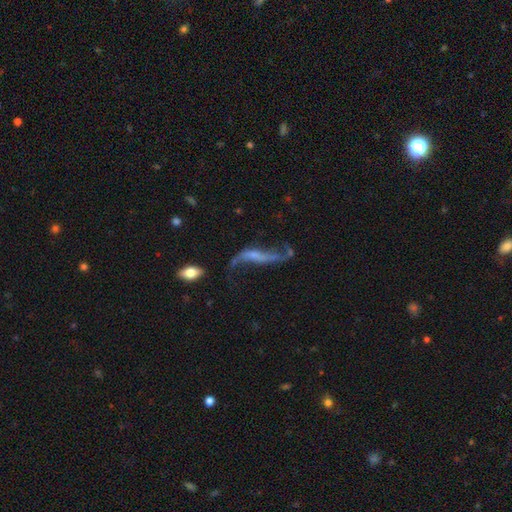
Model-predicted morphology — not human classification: Overall: featured or disk (78%). Edge-on disk: no (79%). Bar: no (46%; weak 31%). Spiral arms: yes (84%). Spiral arm count: 2 (90%). Spiral winding: loose (95%). Bulge size: small (43%; none 39%). Merging: none (45%; major disturbance 26%).